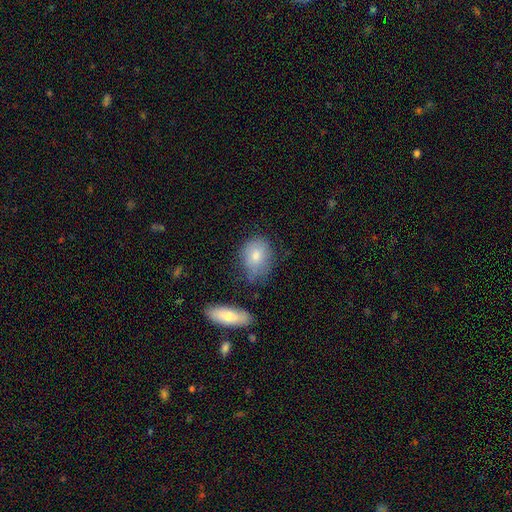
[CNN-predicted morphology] Overall: smooth (78%). How rounded: in between (67%; round 32%). Merging: none (61%; minor disturbance 25%).